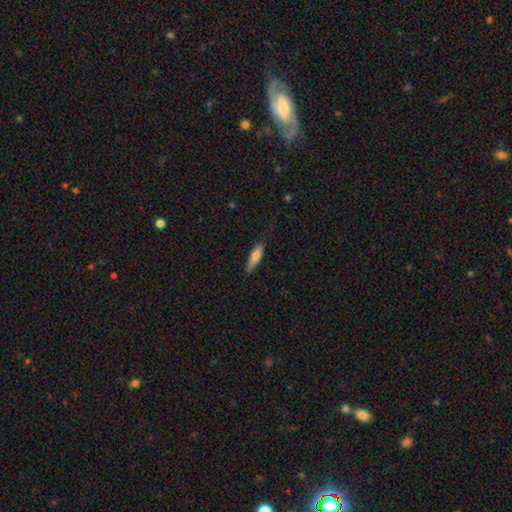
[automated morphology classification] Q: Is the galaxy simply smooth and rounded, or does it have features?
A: smooth — 70%.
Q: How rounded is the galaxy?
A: cigar-shaped — 73%.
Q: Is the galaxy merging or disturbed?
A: none — 80%.